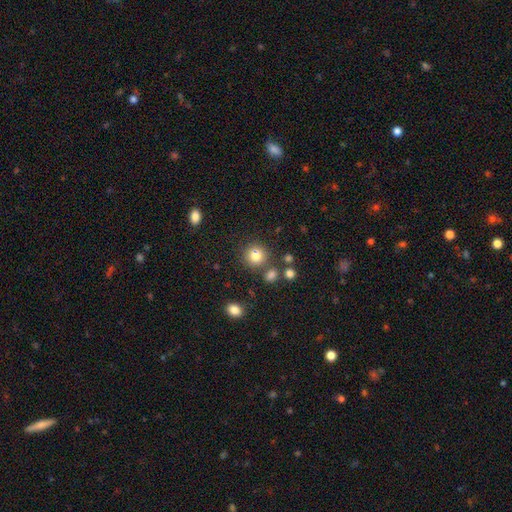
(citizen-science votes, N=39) smooth_or_featured: smooth (p=0.90) [alt: featured or disk p=0.08]
how_rounded: round (p=0.80) [alt: in between p=0.20]
merging: none (p=0.71) [alt: major disturbance p=0.13]